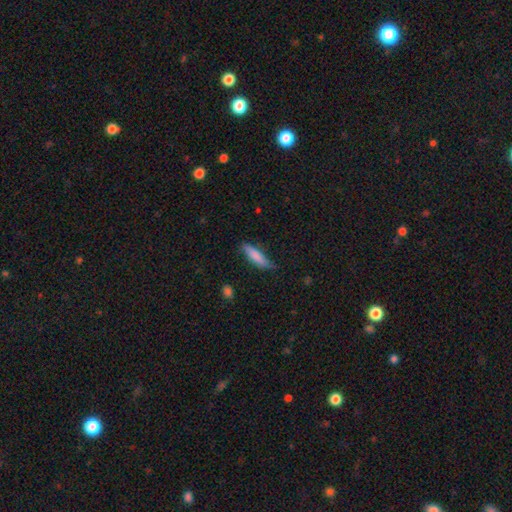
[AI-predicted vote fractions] Smooth or featured? Predicted: smooth (p=0.80). How rounded? Predicted: cigar-shaped (p=0.70). Merging? Predicted: none (p=0.70).